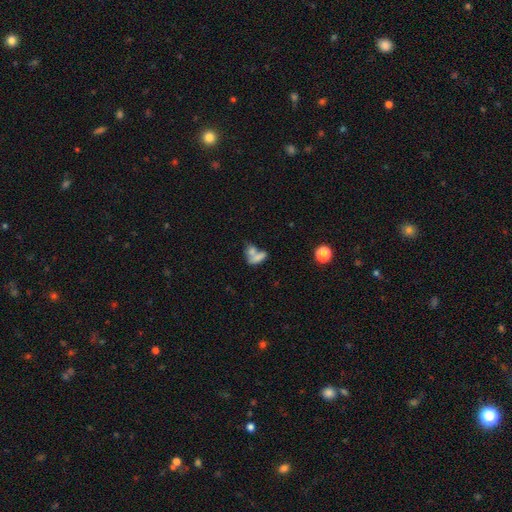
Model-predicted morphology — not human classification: Smooth or featured?
  - smooth: 70% *
  - featured or disk: 19%
  - star or artifact: 11%
How rounded?
  - in between: 74% *
  - round: 15%
  - cigar-shaped: 11%
Merging?
  - merger: 62% *
  - none: 23%
  - minor disturbance: 8%
  - major disturbance: 7%